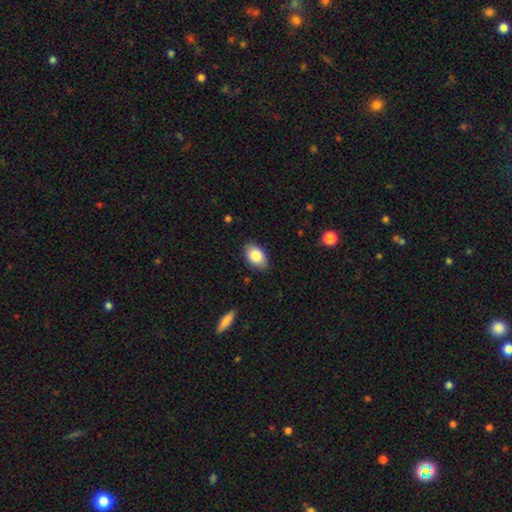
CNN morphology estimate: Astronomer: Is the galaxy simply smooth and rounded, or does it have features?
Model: smooth — 86%.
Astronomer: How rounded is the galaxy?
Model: in between — 89%.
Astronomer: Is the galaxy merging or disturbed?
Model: none — 86%.